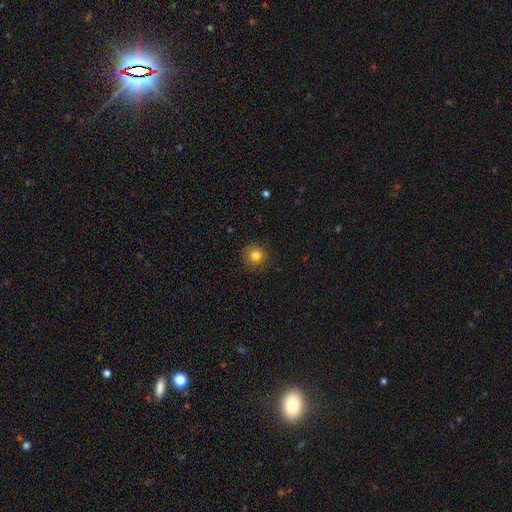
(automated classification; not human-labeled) This is clearly a smooth galaxy (81%). How rounded: clearly round (93%). Merging: clearly none (88%).